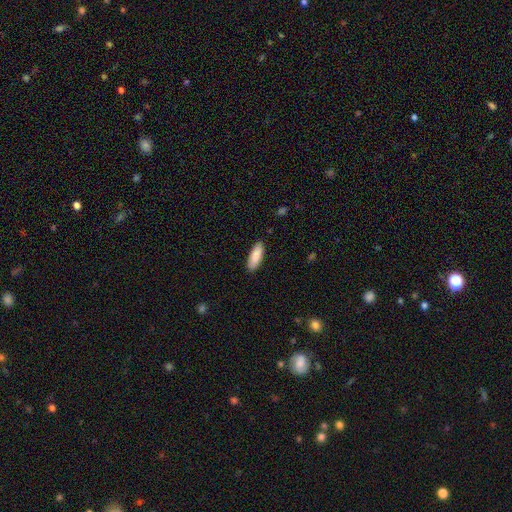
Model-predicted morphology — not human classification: Smooth or featured? Predicted: smooth (p=0.89). How rounded? Predicted: in between (p=0.63). Merging? Predicted: none (p=0.88).